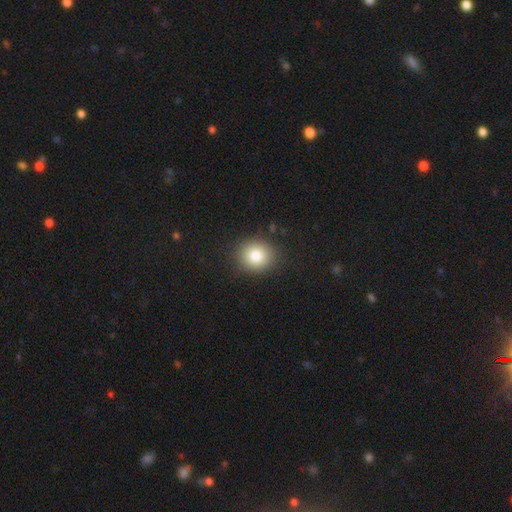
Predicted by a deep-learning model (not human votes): Smooth or featured?
  - smooth: 82% *
  - star or artifact: 10%
  - featured or disk: 7%
How rounded?
  - round: 79% *
  - in between: 20%
  - cigar-shaped: 1%
Merging?
  - none: 88% *
  - minor disturbance: 8%
  - major disturbance: 3%
  - merger: 1%